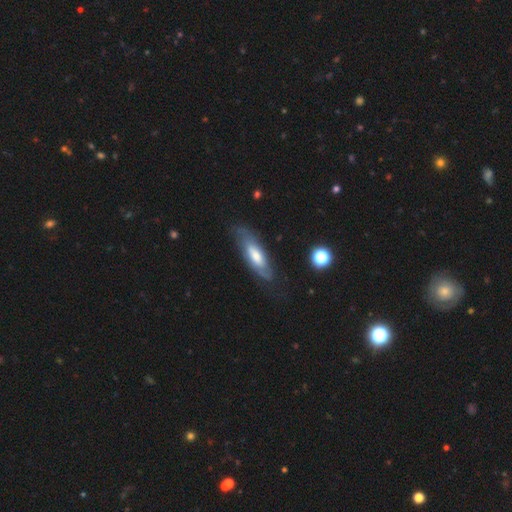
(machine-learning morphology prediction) A featured or disk galaxy (59%). Merging: none (70%).